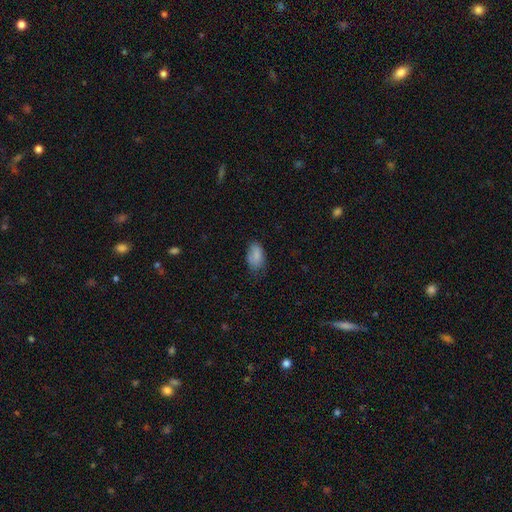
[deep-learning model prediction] smooth 83%, featured or disk 9%, star or artifact 8%. Down the decision tree: how rounded — in between (91%); merging — none (61%).